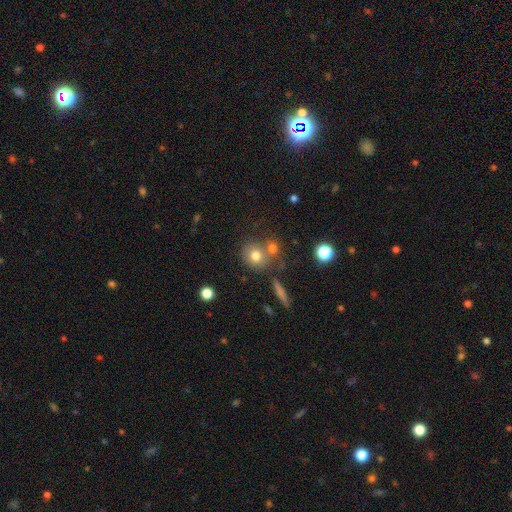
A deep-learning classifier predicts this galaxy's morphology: smooth_or_featured: smooth (p=0.74) [alt: featured or disk p=0.14]
how_rounded: round (p=0.81) [alt: in between p=0.17]
merging: none (p=0.53) [alt: merger p=0.31]